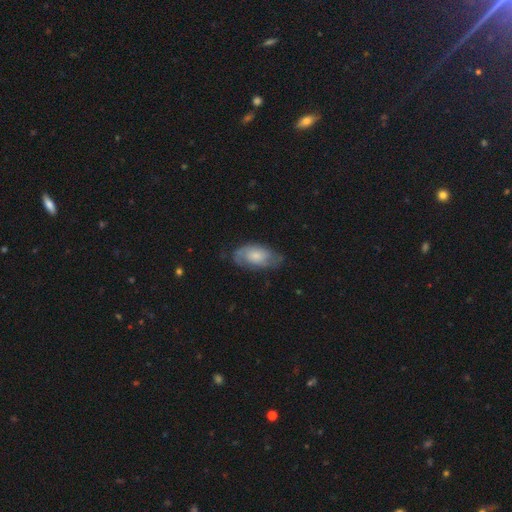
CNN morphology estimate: Q: Smooth or featured?
A: featured or disk (51%); runner-up: smooth (42%)
Q: Edge-on disk?
A: no (93%); runner-up: yes (7%)
Q: Merging?
A: none (63%); runner-up: minor disturbance (26%)